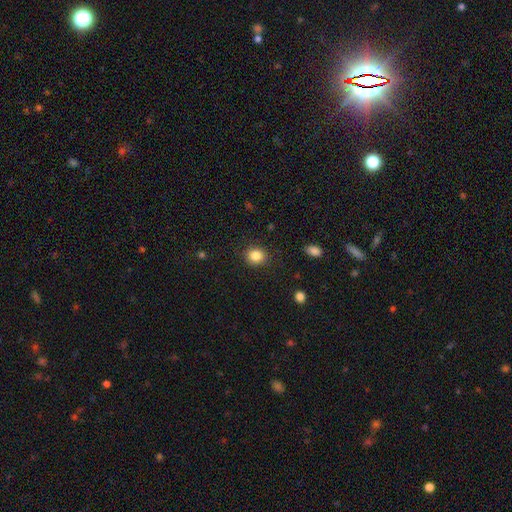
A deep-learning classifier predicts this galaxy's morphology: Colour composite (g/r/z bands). It shows a smooth galaxy with no disk features (85%) that is round (73%). Merging: none (87%).